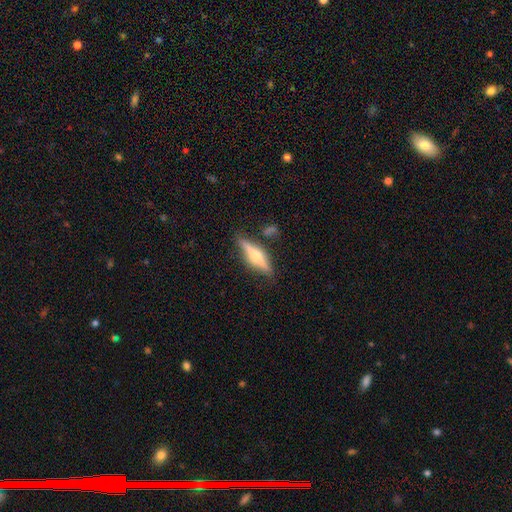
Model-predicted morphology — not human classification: This appears to be a featured or disk galaxy (65%) viewed edge-on (95%) with a rounded central bulge (93%). Merging: none (81%).